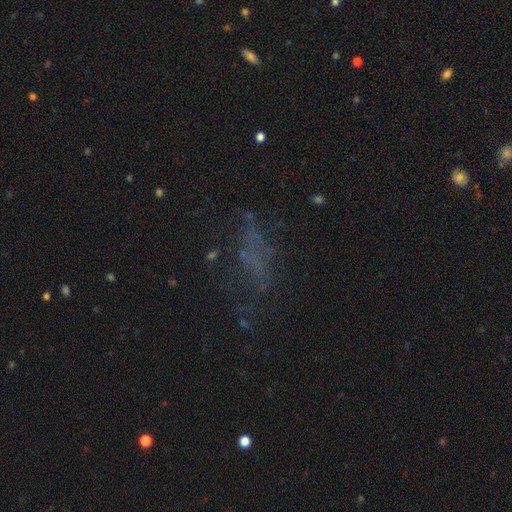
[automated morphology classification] type=smooth (36%); merging=none (48%).